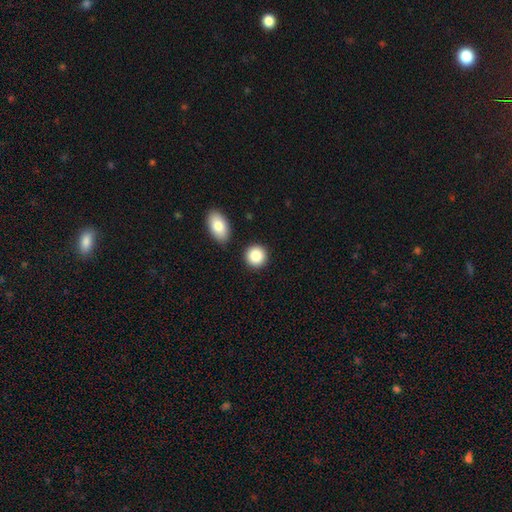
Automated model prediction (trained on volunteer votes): Q: Smooth or featured?
A: smooth (88%); runner-up: star or artifact (7%)
Q: How rounded?
A: round (86%); runner-up: in between (13%)
Q: Merging?
A: none (85%); runner-up: minor disturbance (8%)